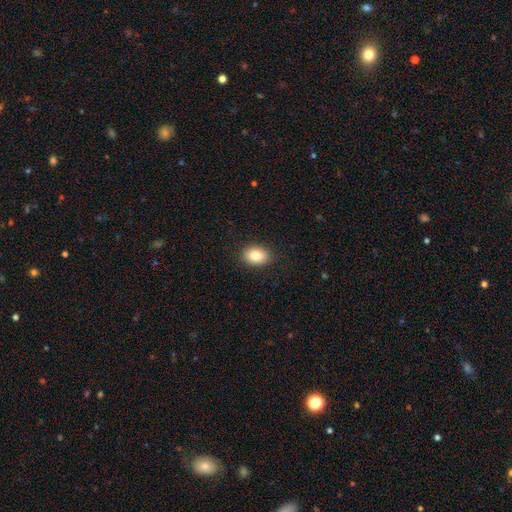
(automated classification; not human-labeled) Smooth or featured? Predicted: smooth (p=0.84). How rounded? Predicted: in between (p=0.74). Merging? Predicted: none (p=0.89).